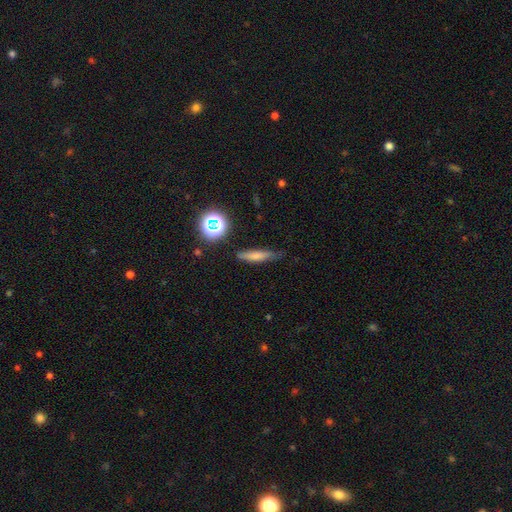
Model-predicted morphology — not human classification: A smooth galaxy with no disk features (68%) that is cigar-shaped (79%).

Vote fractions:
- Smooth or featured? smooth: 68% / featured or disk: 20% / star or artifact: 12%
- How rounded? cigar-shaped: 79% / in between: 17% / round: 4%
- Merging? none: 72% / minor disturbance: 21% / major disturbance: 4% / merger: 2%